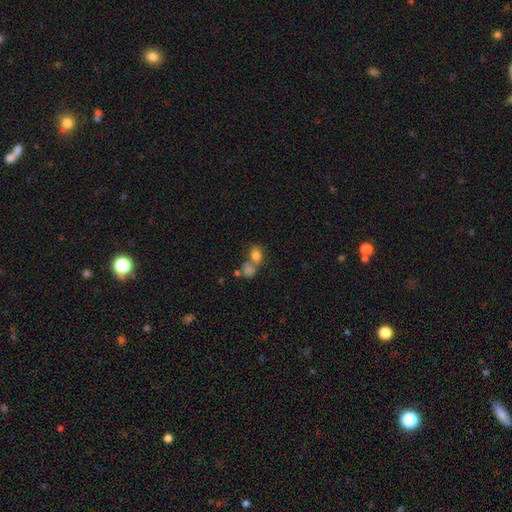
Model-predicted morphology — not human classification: Smooth or featured? smooth (78%)
How rounded? round (52%)
Merging? merger (51%)